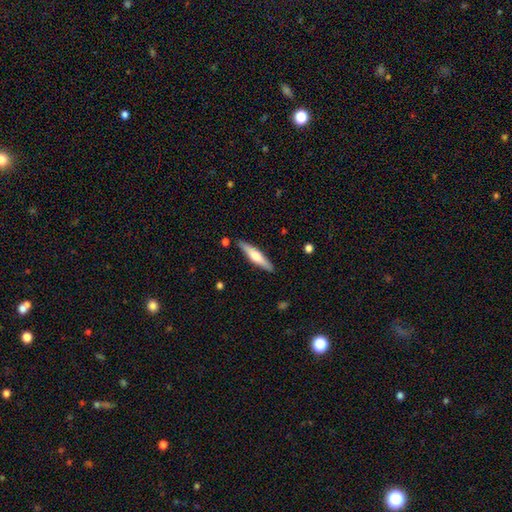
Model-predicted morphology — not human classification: Smooth or featured? featured or disk (49%)
Merging? none (88%)